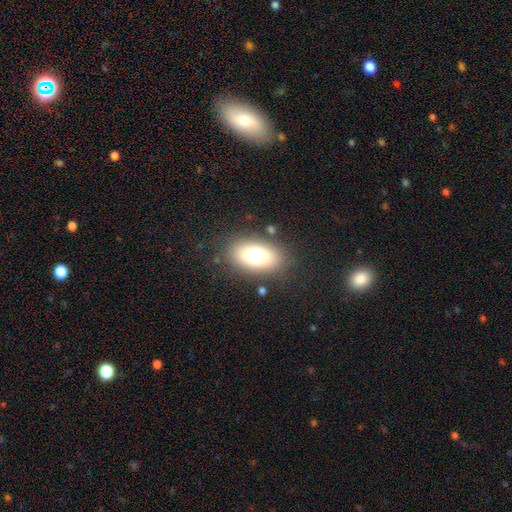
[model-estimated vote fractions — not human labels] Morphology: type=smooth (71%); roundness=in between (83%); merging=none (82%).